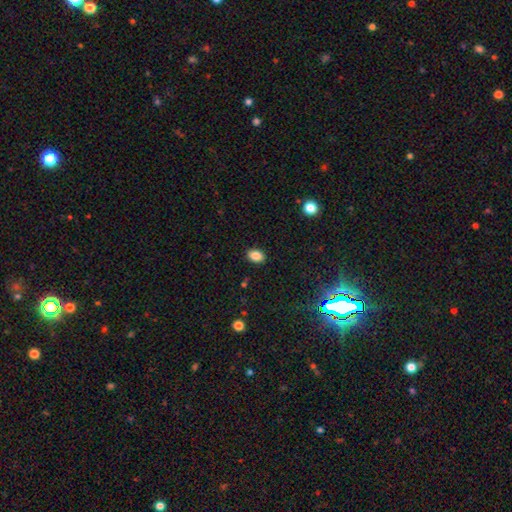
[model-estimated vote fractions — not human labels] A smooth galaxy with no disk features (86%) that is in between round and cigar-shaped (79%).

Vote fractions:
- Smooth or featured? smooth: 86% / star or artifact: 10% / featured or disk: 4%
- How rounded? in between: 79% / round: 20% / cigar-shaped: 1%
- Merging? none: 89% / minor disturbance: 8% / major disturbance: 2% / merger: 1%